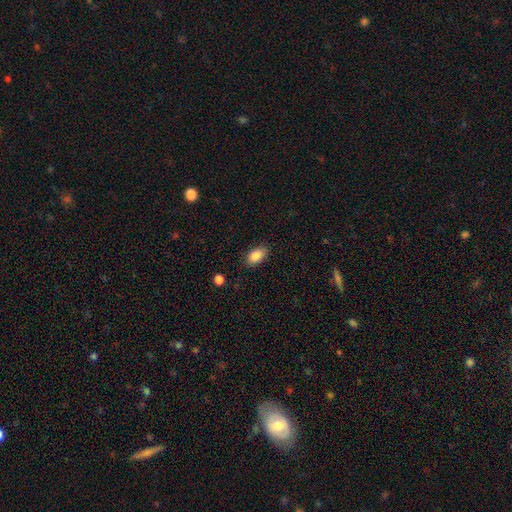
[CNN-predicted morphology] smooth-or-featured: smooth: 87% | star or artifact: 8% | featured or disk: 5%
  how-rounded: in between: 91% | round: 6% | cigar-shaped: 3%
  merging: none: 83% | minor disturbance: 12% | major disturbance: 3% | merger: 1%